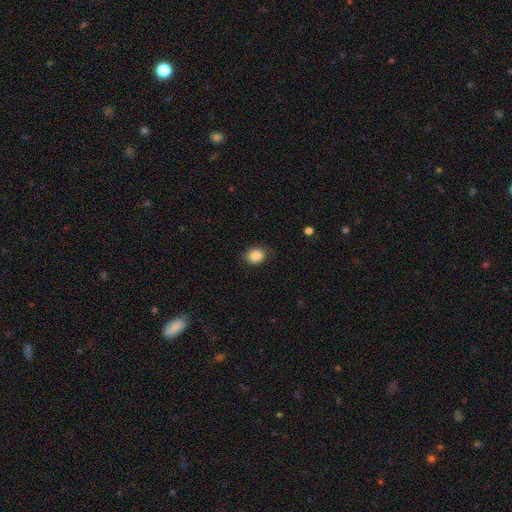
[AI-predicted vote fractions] smooth-or-featured: smooth: 87% | star or artifact: 8% | featured or disk: 4%
  how-rounded: in between: 50% | round: 49% | cigar-shaped: 1%
  merging: none: 77% | minor disturbance: 17% | major disturbance: 4% | merger: 1%